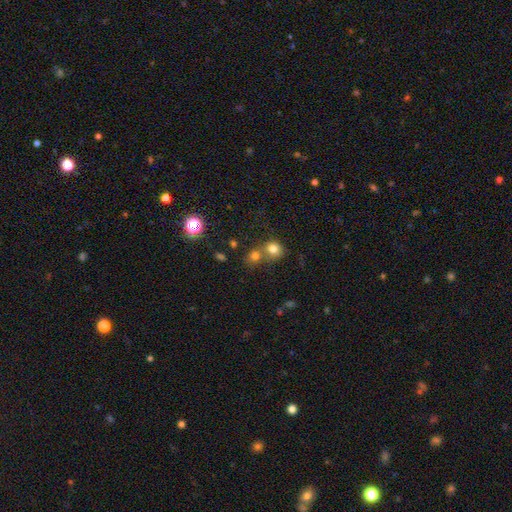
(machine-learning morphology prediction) smooth-or-featured: smooth: 69% | star or artifact: 21% | featured or disk: 9%
  how-rounded: round: 83% | in between: 16% | cigar-shaped: 1%
  merging: none: 49% | merger: 40% | minor disturbance: 7% | major disturbance: 4%